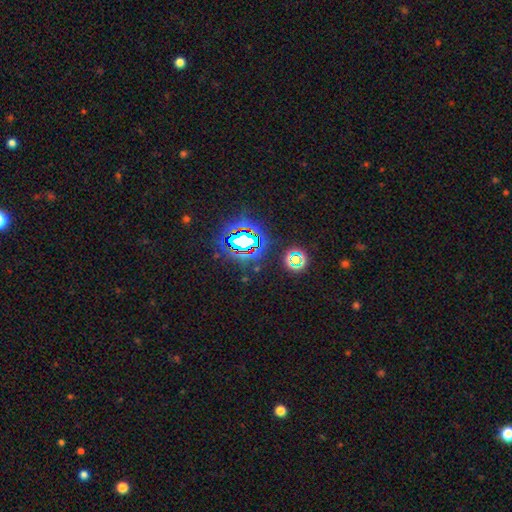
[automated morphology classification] Smooth or featured: star or artifact — 80% (smooth — 13%)